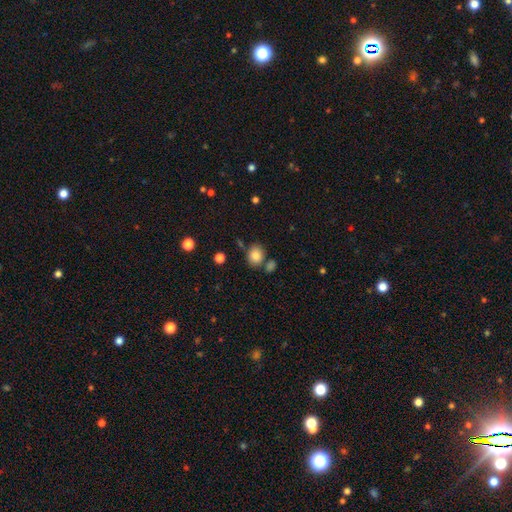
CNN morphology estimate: type=smooth (84%); roundness=round (66%); merging=none (72%).